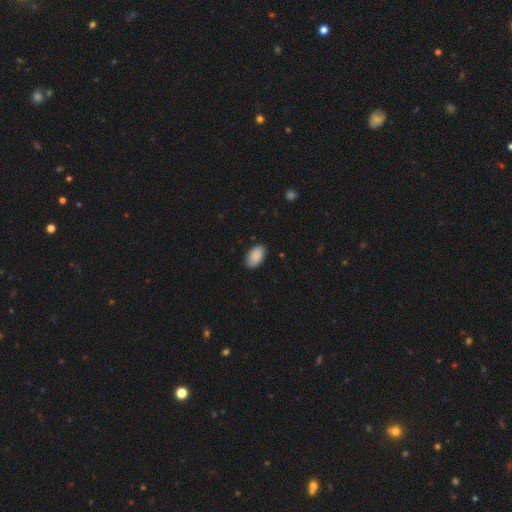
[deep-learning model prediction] Morphology: type=smooth (90%); roundness=in between (95%); merging=none (87%).